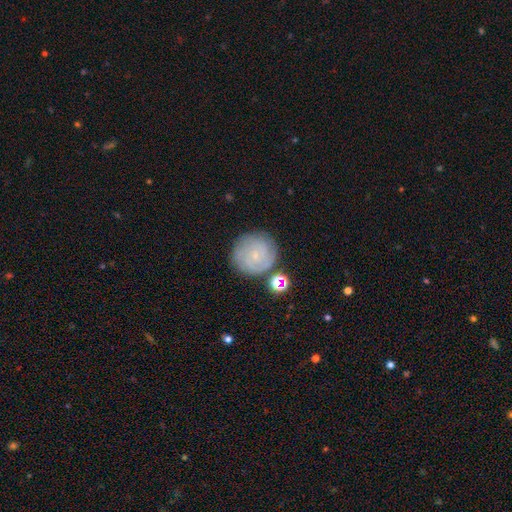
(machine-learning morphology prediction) This is possibly a featured or disk galaxy (54%). It is clearly not viewed edge-on (98%). Bar: likely no (73%). Spiral arm pattern: clearly yes (83%). Central bulge: likely small (78%). Merging: likely none (74%).